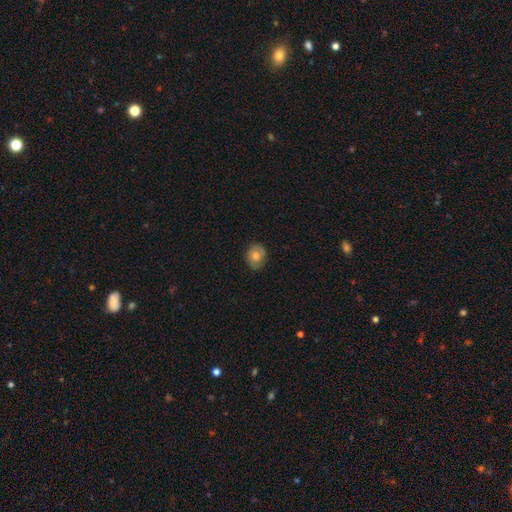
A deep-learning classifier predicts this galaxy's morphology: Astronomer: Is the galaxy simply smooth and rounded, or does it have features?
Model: smooth — 72%.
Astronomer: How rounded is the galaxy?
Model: round — 63%.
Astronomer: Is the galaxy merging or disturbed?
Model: none — 81%.